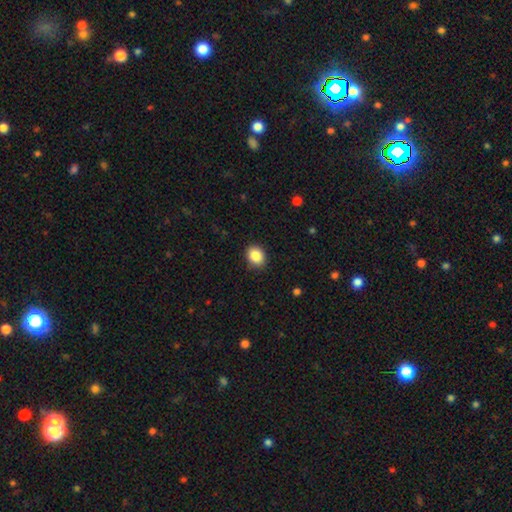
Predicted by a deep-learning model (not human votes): smooth-or-featured: smooth: 87% | star or artifact: 9% | featured or disk: 4%
  how-rounded: in between: 50% | round: 49% | cigar-shaped: 1%
  merging: none: 90% | minor disturbance: 7% | major disturbance: 2% | merger: 1%